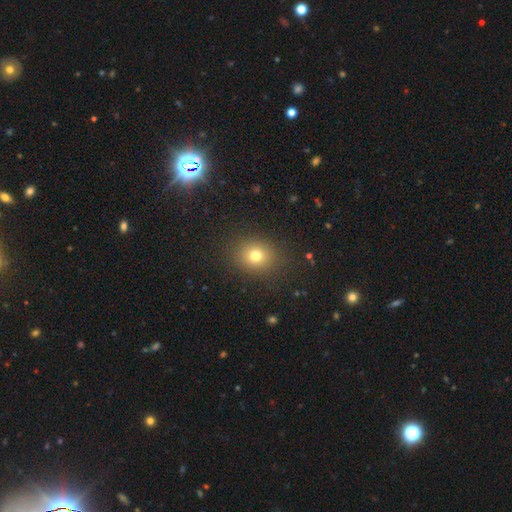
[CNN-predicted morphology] Smooth or featured?
  - smooth: 75% *
  - star or artifact: 15%
  - featured or disk: 9%
How rounded?
  - round: 66% *
  - in between: 33%
  - cigar-shaped: 1%
Merging?
  - none: 87% *
  - minor disturbance: 8%
  - major disturbance: 4%
  - merger: 1%